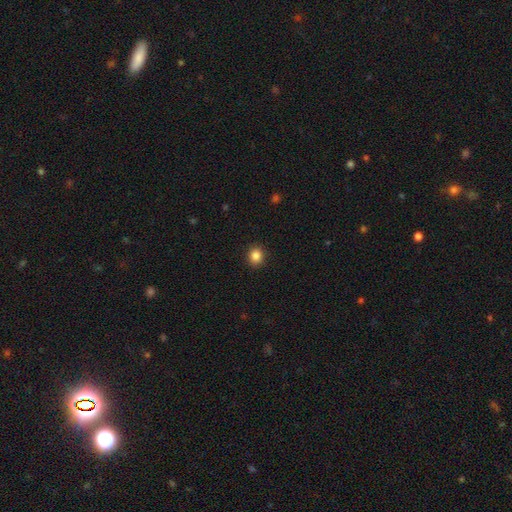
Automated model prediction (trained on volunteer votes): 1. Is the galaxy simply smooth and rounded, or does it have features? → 86% smooth, 10% star or artifact, 4% featured or disk.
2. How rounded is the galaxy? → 78% round, 21% in between, 1% cigar-shaped.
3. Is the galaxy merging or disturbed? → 92% none, 6% minor disturbance, 2% major disturbance, 1% merger.